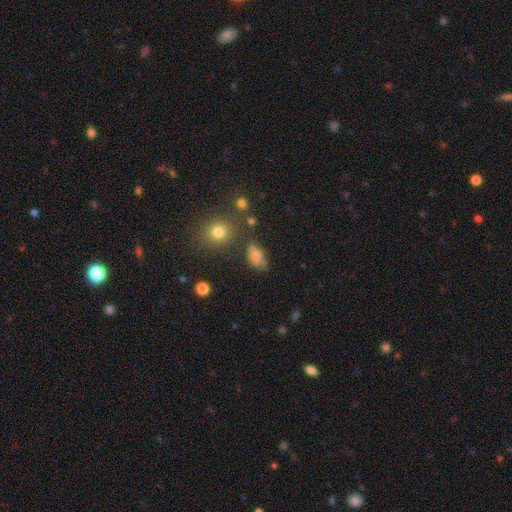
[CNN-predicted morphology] This is likely a smooth galaxy (74%). How rounded: clearly in between (83%). Merging: possibly none (53%).